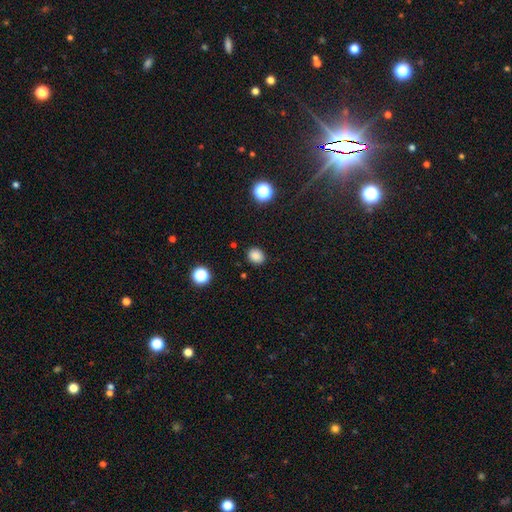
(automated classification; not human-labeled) Q: Smooth or featured?
A: smooth (85%); runner-up: star or artifact (12%)
Q: How rounded?
A: round (54%); runner-up: in between (45%)
Q: Merging?
A: none (88%); runner-up: minor disturbance (8%)